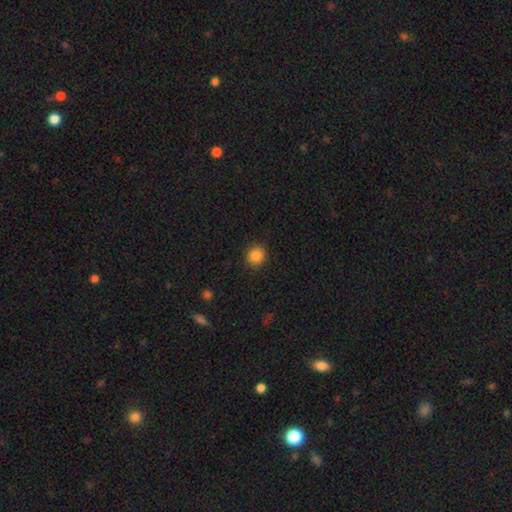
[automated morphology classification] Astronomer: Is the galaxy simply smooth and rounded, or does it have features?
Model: smooth — 85%.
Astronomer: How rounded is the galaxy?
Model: round — 86%.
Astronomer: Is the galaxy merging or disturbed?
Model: none — 91%.